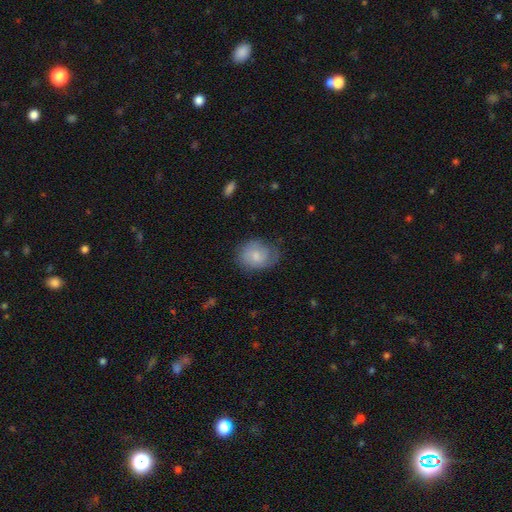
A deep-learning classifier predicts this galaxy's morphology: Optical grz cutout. It shows a smooth galaxy with no disk features (60%) that is in between round and cigar-shaped (59%). Merging: none (65%).